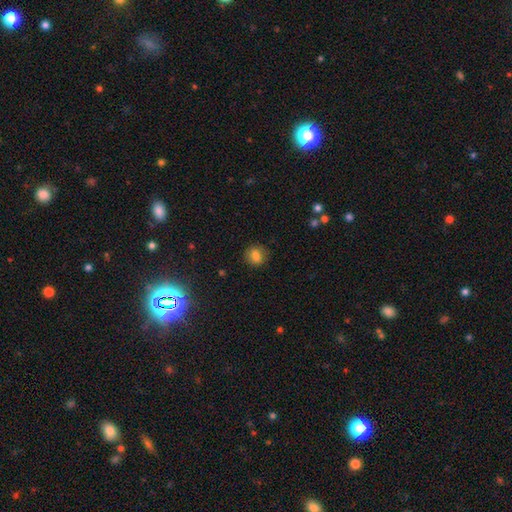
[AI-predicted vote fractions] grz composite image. It shows a smooth galaxy with no disk features (81%) that is round (74%). Merging: none (86%).